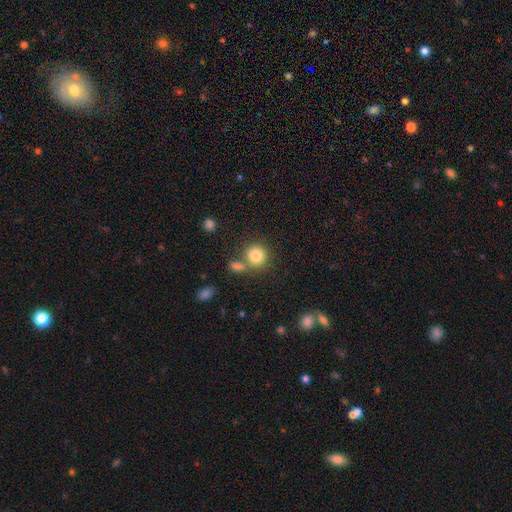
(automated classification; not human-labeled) This appears to be a smooth galaxy with no disk features (83%) that is round (86%). Merging: none (63%).